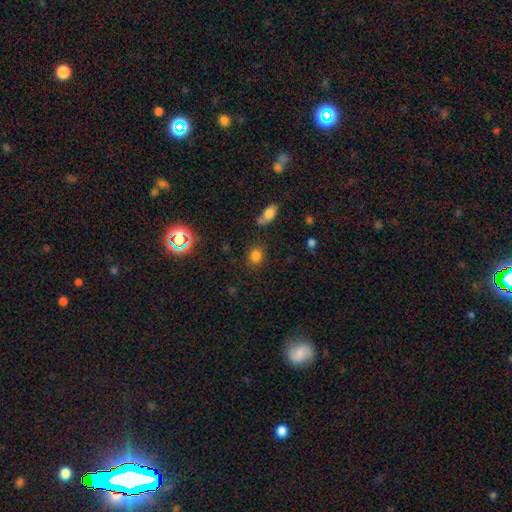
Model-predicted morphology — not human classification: smooth_or_featured: smooth (p=0.80) [alt: star or artifact p=0.15]
how_rounded: round (p=0.67) [alt: in between p=0.31]
merging: none (p=0.80) [alt: minor disturbance p=0.11]